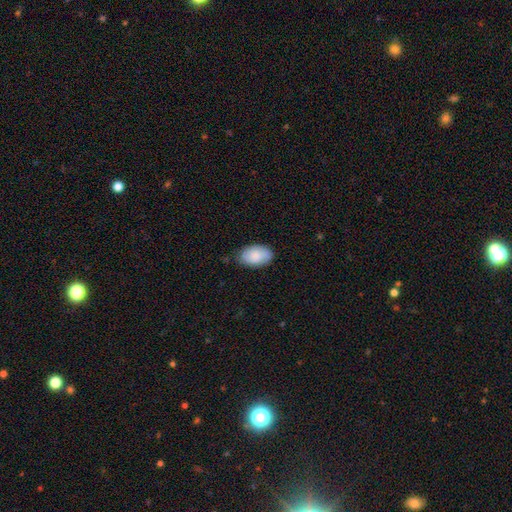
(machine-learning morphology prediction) smooth 85%, featured or disk 10%, star or artifact 6%. Down the decision tree: how rounded — in between (93%); merging — none (77%).